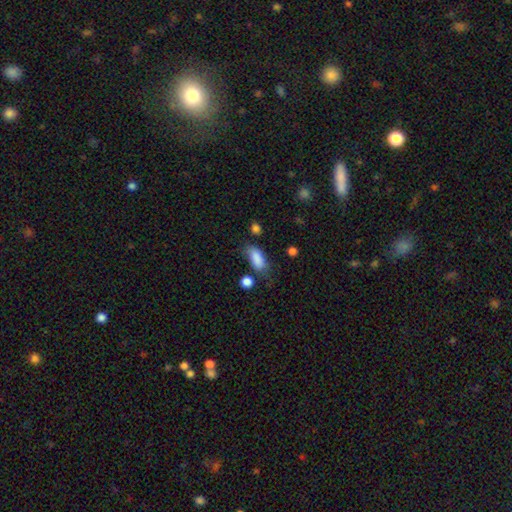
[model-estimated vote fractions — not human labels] This is clearly a smooth galaxy (86%). How rounded: clearly in between (87%). Merging: possibly none (56%).